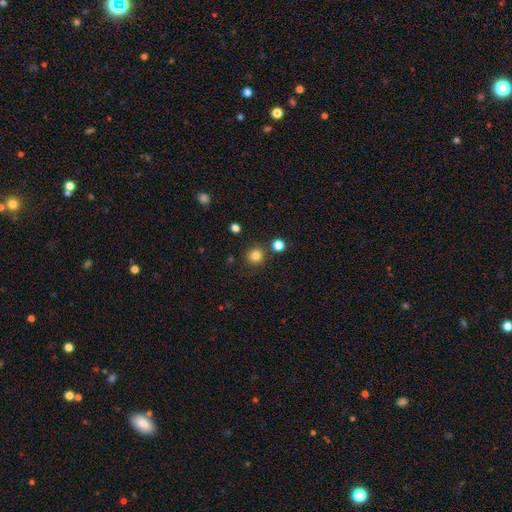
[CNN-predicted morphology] Q: Smooth or featured?
A: smooth (82%); runner-up: star or artifact (13%)
Q: How rounded?
A: round (93%); runner-up: in between (6%)
Q: Merging?
A: none (85%); runner-up: minor disturbance (7%)